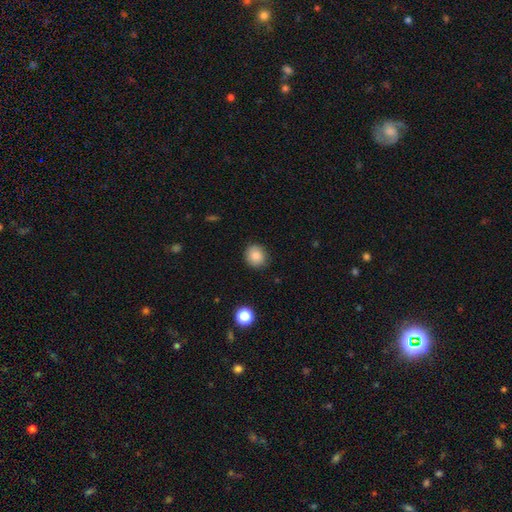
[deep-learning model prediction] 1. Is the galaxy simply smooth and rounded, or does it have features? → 85% smooth, 9% star or artifact, 6% featured or disk.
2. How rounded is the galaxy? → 86% round, 13% in between, 1% cigar-shaped.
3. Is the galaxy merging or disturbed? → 87% none, 10% minor disturbance, 2% major disturbance, 1% merger.